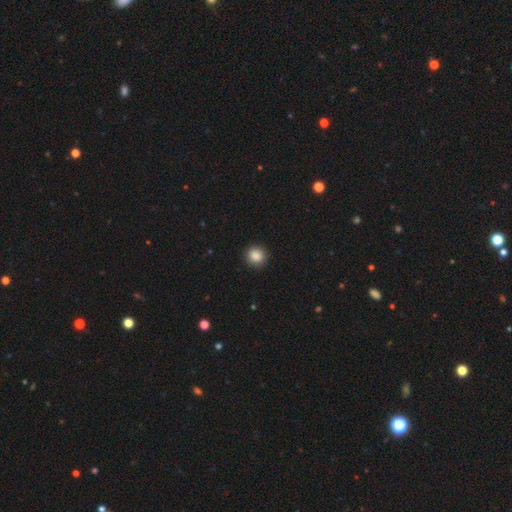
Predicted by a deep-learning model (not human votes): Morphology: type=smooth (88%); roundness=round (89%); merging=none (90%).